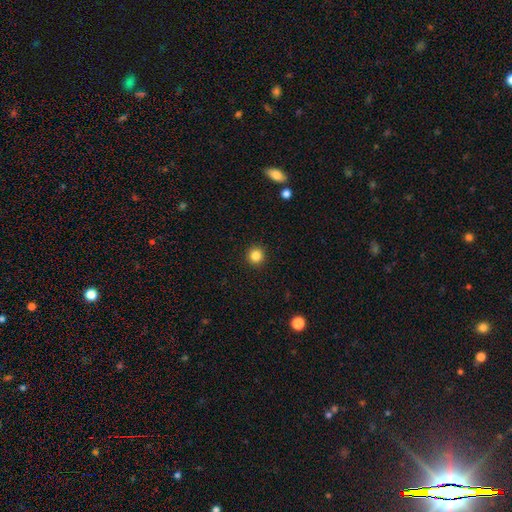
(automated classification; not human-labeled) smooth-or-featured: smooth: 83% | star or artifact: 12% | featured or disk: 5%
  how-rounded: round: 95% | in between: 4% | cigar-shaped: 1%
  merging: none: 93% | minor disturbance: 4% | major disturbance: 2% | merger: 1%